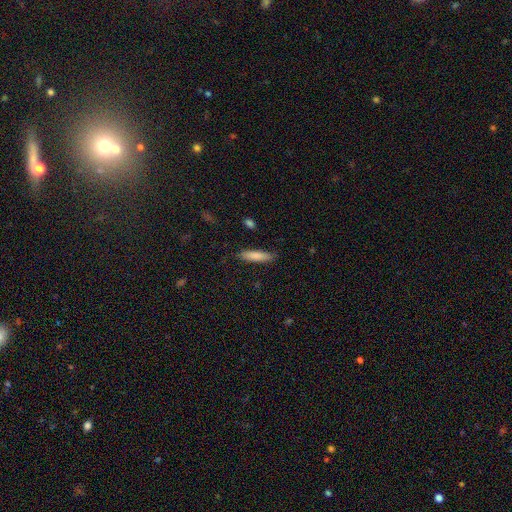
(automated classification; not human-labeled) This is clearly a smooth galaxy (82%). How rounded: likely cigar-shaped (76%). Merging: clearly none (85%).